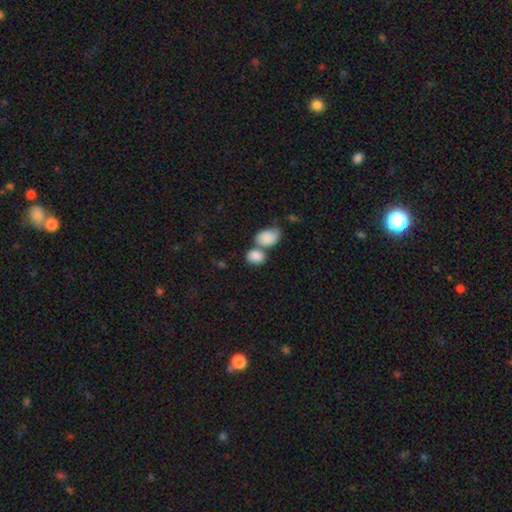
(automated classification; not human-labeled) This appears to be a smooth galaxy with no disk features (87%) that is in between round and cigar-shaped (79%). Merging: merger (50%).